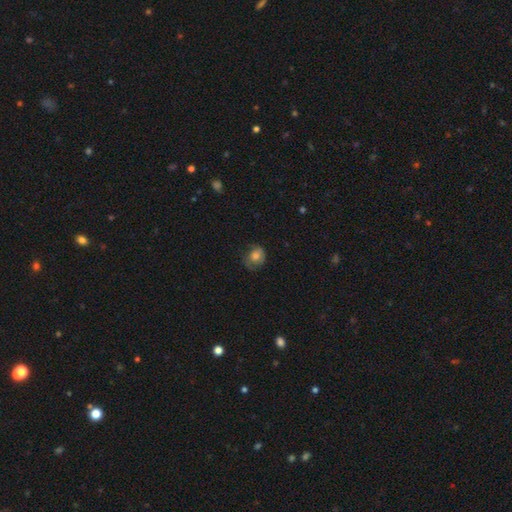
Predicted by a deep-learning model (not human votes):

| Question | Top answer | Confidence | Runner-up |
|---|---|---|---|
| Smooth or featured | smooth | 75% | featured or disk (16%) |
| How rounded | round | 65% | in between (34%) |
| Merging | none | 54% | minor disturbance (30%) |